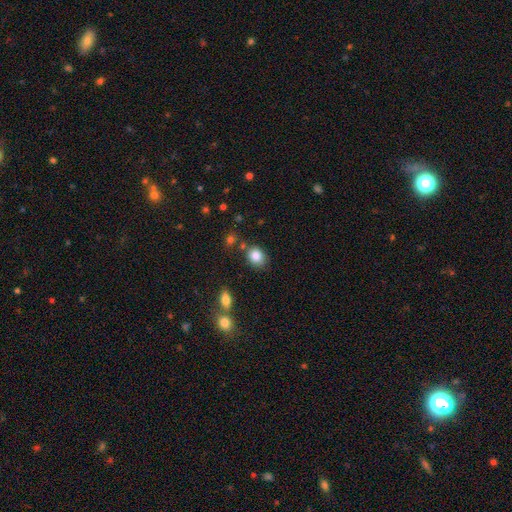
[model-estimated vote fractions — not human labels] Smooth or featured? smooth (84%)
How rounded? in between (51%)
Merging? none (75%)